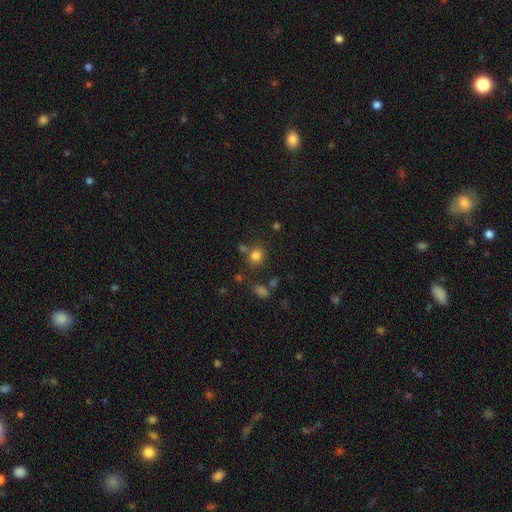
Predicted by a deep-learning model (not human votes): Smooth or featured? smooth (79%)
How rounded? round (72%)
Merging? none (70%)